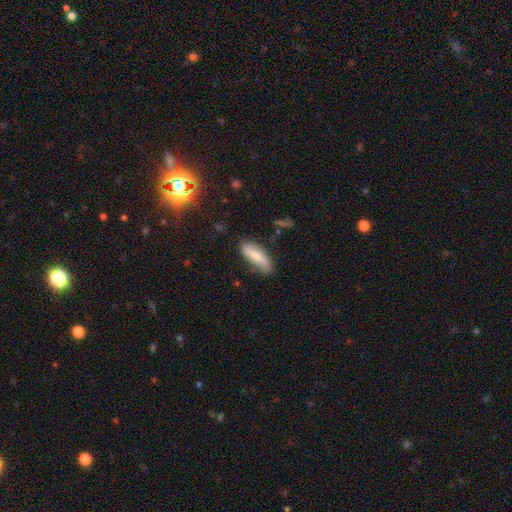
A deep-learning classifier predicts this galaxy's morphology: Smooth or featured: smooth — 57% (featured or disk — 37%)
How rounded: in between — 63% (cigar-shaped — 35%)
Merging: none — 72% (minor disturbance — 21%)